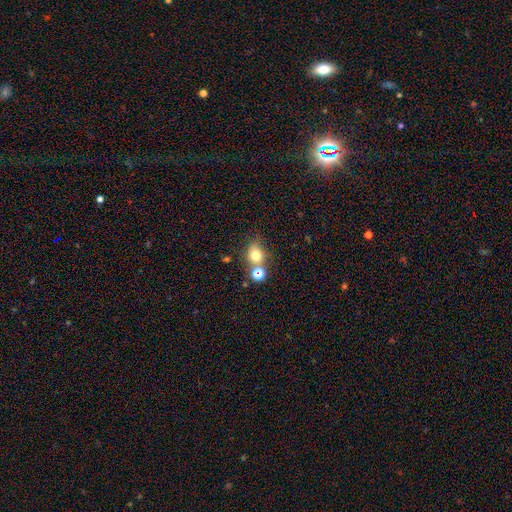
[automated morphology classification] Smooth or featured: smooth — 72% (star or artifact — 17%)
How rounded: round — 66% (in between — 33%)
Merging: none — 59% (merger — 22%)